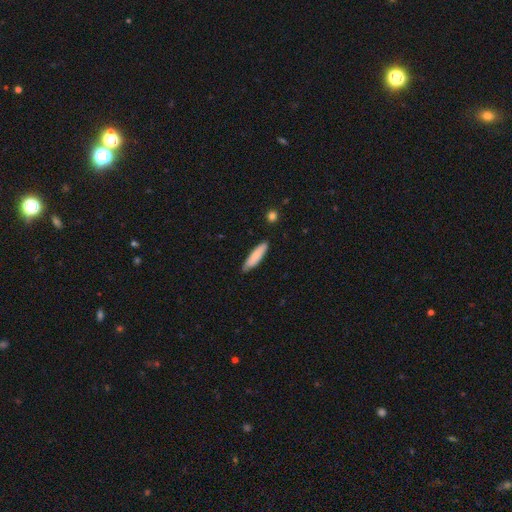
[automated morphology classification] Smooth or featured?
  - smooth: 81% *
  - featured or disk: 14%
  - star or artifact: 5%
How rounded?
  - cigar-shaped: 74% *
  - in between: 24%
  - round: 1%
Merging?
  - none: 83% *
  - minor disturbance: 14%
  - major disturbance: 2%
  - merger: 1%